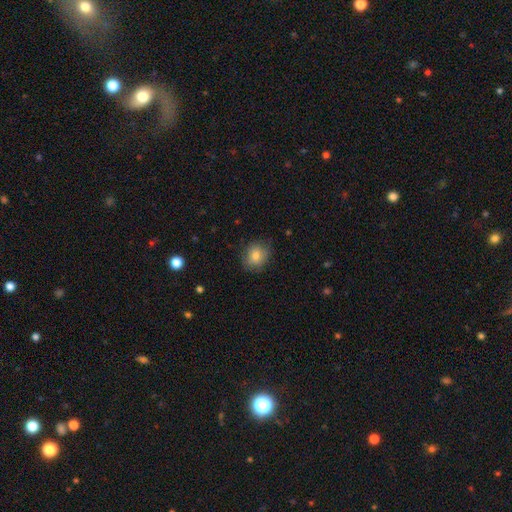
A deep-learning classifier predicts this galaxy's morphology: smooth 79%, featured or disk 12%, star or artifact 8%. Down the decision tree: how rounded — round (64%); merging — none (75%).